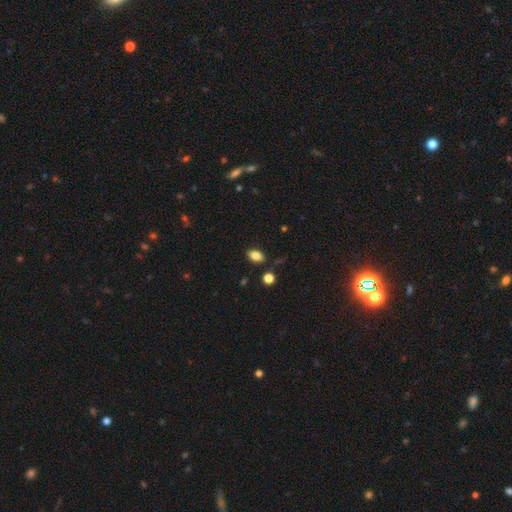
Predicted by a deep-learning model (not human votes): Overall: smooth (82%). How rounded: in between (88%). Merging: none (84%).